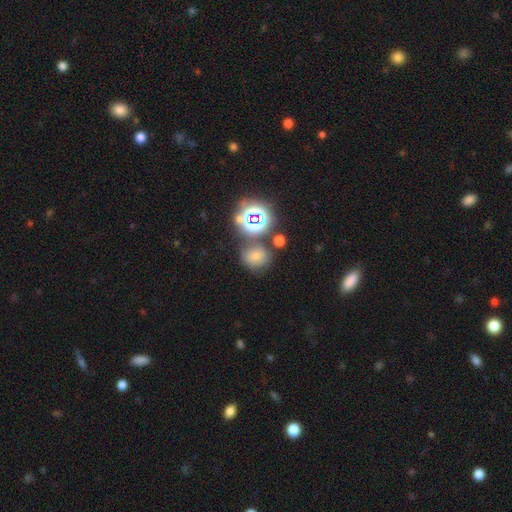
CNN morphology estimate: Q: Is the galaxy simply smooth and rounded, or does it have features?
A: smooth — 54%.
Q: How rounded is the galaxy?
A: round — 75%.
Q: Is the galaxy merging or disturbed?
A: none — 67%.